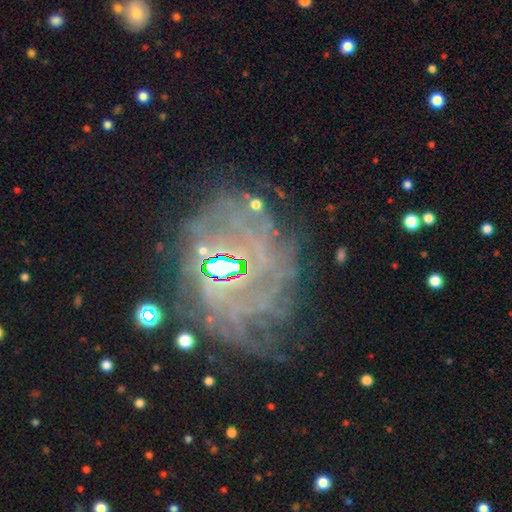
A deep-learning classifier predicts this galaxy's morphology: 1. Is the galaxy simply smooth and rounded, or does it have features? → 73% featured or disk, 16% star or artifact, 10% smooth.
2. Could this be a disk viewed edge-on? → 96% no, 4% yes.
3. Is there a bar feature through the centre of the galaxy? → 60% no, 27% weak, 13% strong.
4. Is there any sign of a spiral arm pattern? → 75% yes, 25% no.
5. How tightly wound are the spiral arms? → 63% tight, 25% medium, 12% loose.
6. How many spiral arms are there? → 48% can't tell, 13% 2, 11% more than 4, 10% 3, 9% 4, 8% 1.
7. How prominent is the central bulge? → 43% moderate, 26% small, 17% none, 12% large, 3% dominant.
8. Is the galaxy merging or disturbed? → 61% none, 18% major disturbance, 18% minor disturbance, 4% merger.